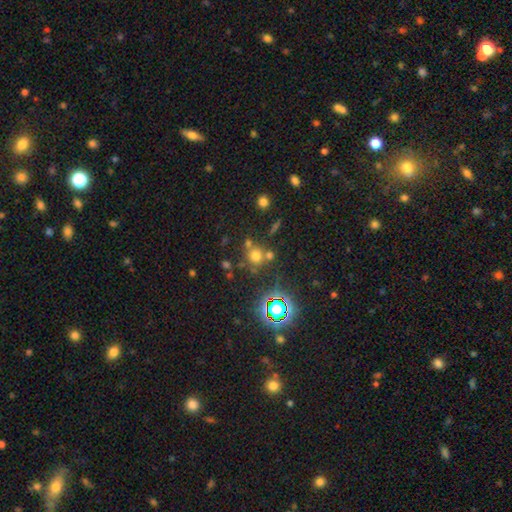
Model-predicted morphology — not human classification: Overall: smooth (63%; star or artifact 26%). How rounded: round (88%). Merging: none (64%).